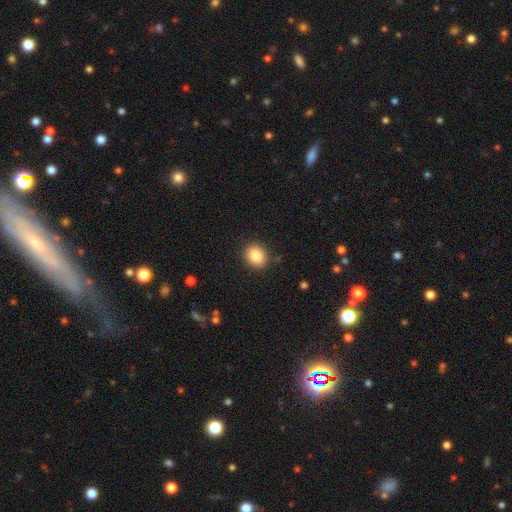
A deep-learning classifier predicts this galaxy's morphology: Overall: smooth (87%). How rounded: round (60%; in between 39%). Merging: none (89%).